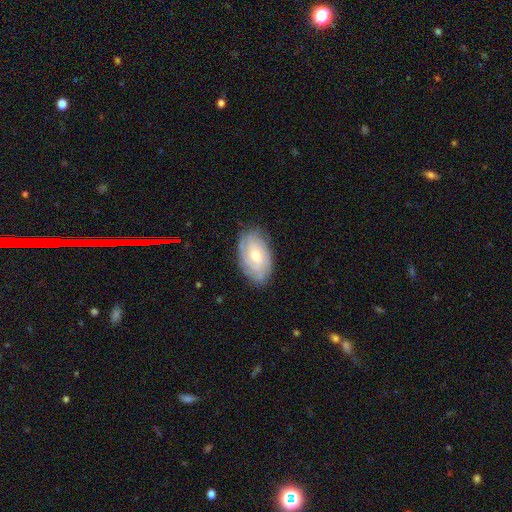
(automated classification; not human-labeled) Q: Smooth or featured?
A: featured or disk (74%); runner-up: smooth (20%)
Q: Edge-on disk?
A: no (95%); runner-up: yes (5%)
Q: Bar?
A: no (63%); runner-up: weak (32%)
Q: Spiral arms?
A: yes (93%); runner-up: no (7%)
Q: Spiral winding?
A: tight (70%); runner-up: medium (24%)
Q: Spiral arm count?
A: can't tell (43%); runner-up: 3 (18%)
Q: Bulge size?
A: moderate (54%); runner-up: small (39%)
Q: Merging?
A: none (79%); runner-up: minor disturbance (16%)